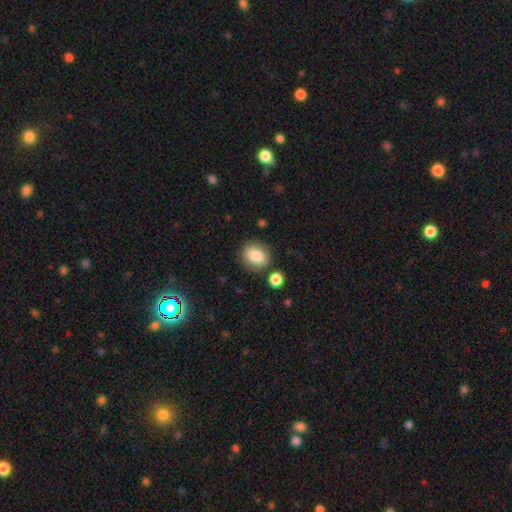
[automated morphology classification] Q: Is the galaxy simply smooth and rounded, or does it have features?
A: smooth — 85%.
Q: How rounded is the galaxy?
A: round — 53%.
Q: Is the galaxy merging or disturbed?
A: none — 81%.